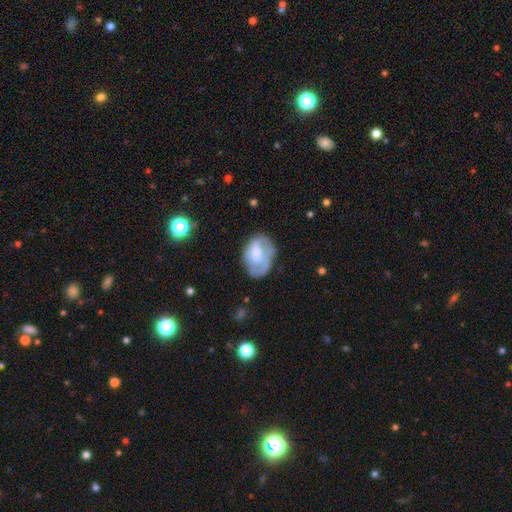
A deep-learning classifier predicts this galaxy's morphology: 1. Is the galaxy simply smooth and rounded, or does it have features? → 50% featured or disk, 42% smooth, 8% star or artifact.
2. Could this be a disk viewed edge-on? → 96% no, 4% yes.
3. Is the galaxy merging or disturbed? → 54% none, 28% minor disturbance, 15% major disturbance, 3% merger.